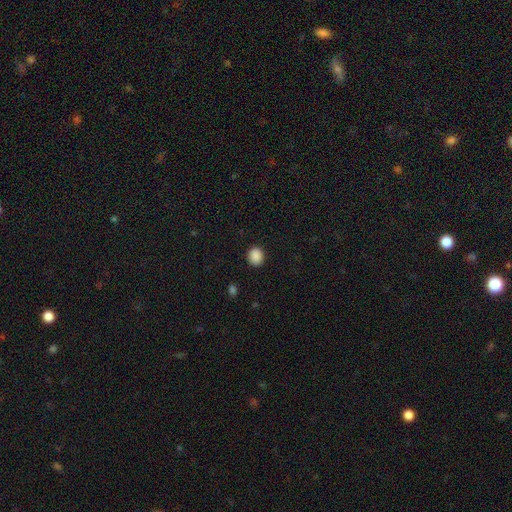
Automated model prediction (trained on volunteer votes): smooth_or_featured: smooth (p=0.89) [alt: star or artifact p=0.09]
how_rounded: round (p=0.74) [alt: in between p=0.26]
merging: none (p=0.90) [alt: minor disturbance p=0.07]